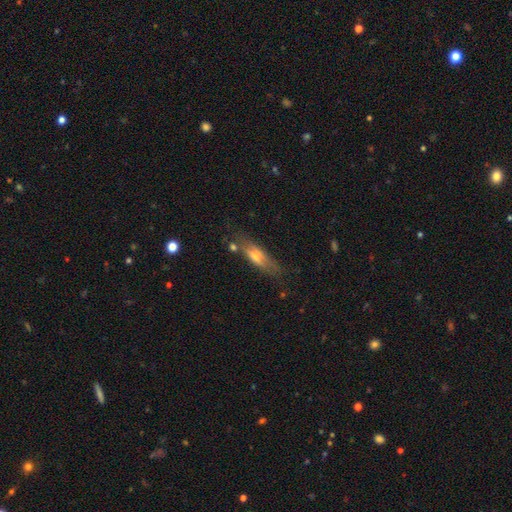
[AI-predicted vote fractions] smooth 51%, featured or disk 41%, star or artifact 8%. Down the decision tree: how rounded — cigar-shaped (55%); merging — none (67%).